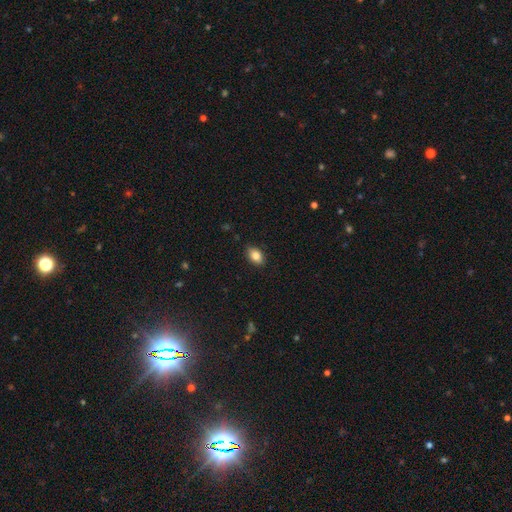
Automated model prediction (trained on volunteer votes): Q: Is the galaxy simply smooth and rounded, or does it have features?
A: smooth — 84%.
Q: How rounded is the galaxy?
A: in between — 88%.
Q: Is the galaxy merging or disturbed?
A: none — 87%.